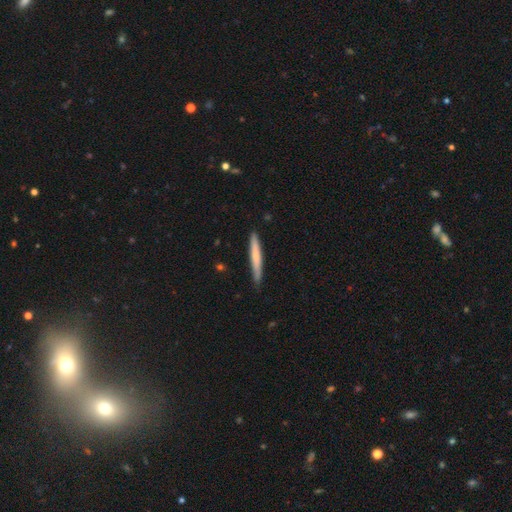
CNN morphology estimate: Smooth or featured: smooth — 63% (featured or disk — 32%)
How rounded: cigar-shaped — 96% (in between — 3%)
Merging: none — 86% (minor disturbance — 12%)